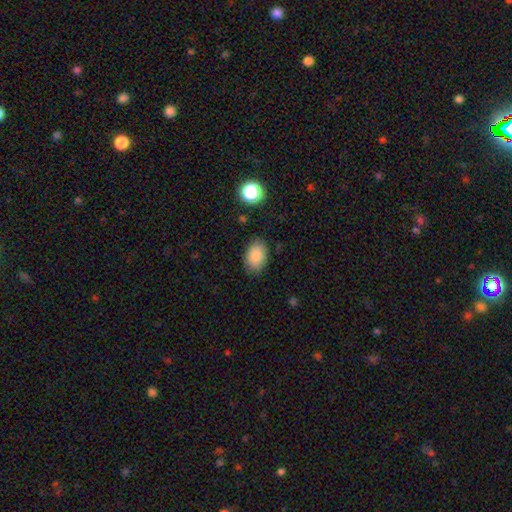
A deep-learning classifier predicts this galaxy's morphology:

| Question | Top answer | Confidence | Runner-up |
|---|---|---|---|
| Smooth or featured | smooth | 86% | star or artifact (8%) |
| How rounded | in between | 86% | round (13%) |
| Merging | none | 83% | minor disturbance (13%) |